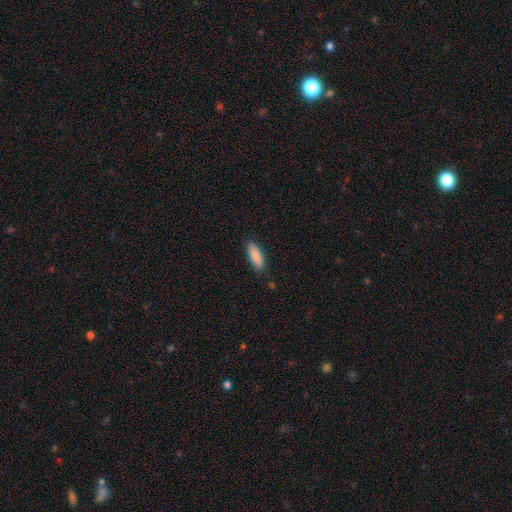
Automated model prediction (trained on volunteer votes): smooth_or_featured: smooth (p=0.89) [alt: star or artifact p=0.06]
how_rounded: in between (p=0.55) [alt: cigar-shaped p=0.44]
merging: none (p=0.87) [alt: minor disturbance p=0.10]